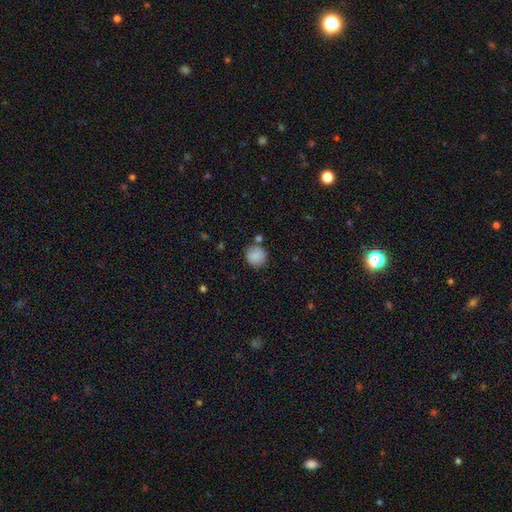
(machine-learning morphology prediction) A smooth galaxy with no disk features (88%) that is round (92%).

Vote fractions:
- Smooth or featured? smooth: 88% / star or artifact: 8% / featured or disk: 4%
- How rounded? round: 92% / in between: 8% / cigar-shaped: 1%
- Merging? none: 78% / minor disturbance: 11% / merger: 8% / major disturbance: 3%